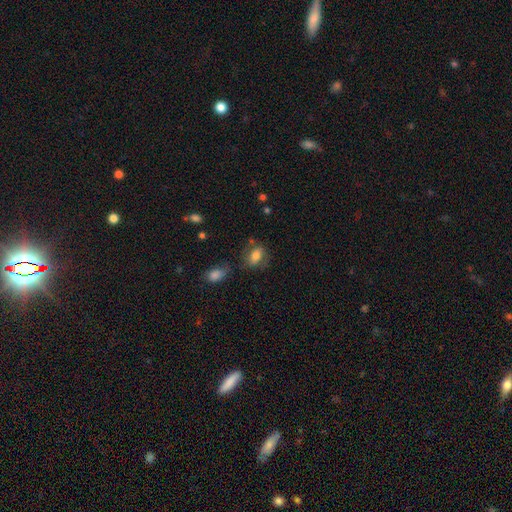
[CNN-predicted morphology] The model was most divided on "merging": none: 61%, minor disturbance: 22%, major disturbance: 10%, merger: 7%. More confident: how rounded — in between (77%); smooth or featured — smooth (69%).